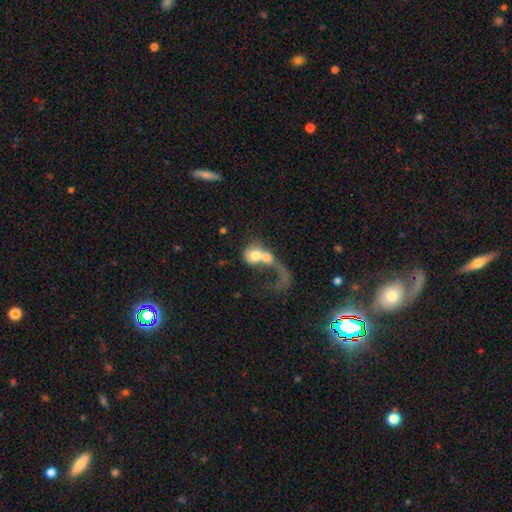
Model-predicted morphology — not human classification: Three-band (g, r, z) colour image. It shows a smooth galaxy with no disk features (54%) that is round (65%). Merging: merger (65%).